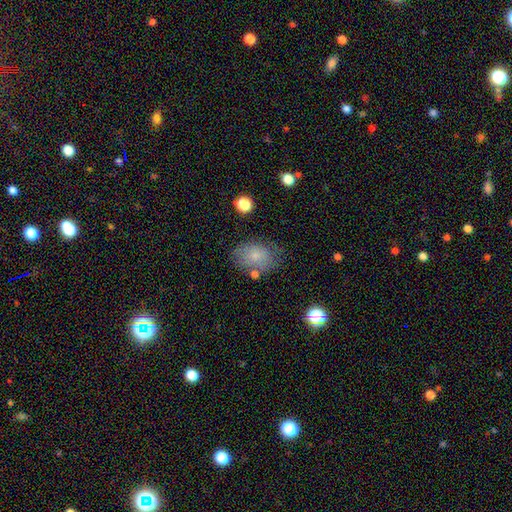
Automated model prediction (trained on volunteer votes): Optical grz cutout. It shows a smooth galaxy with no disk features (74%) that is in between round and cigar-shaped (81%). Merging: none (65%).